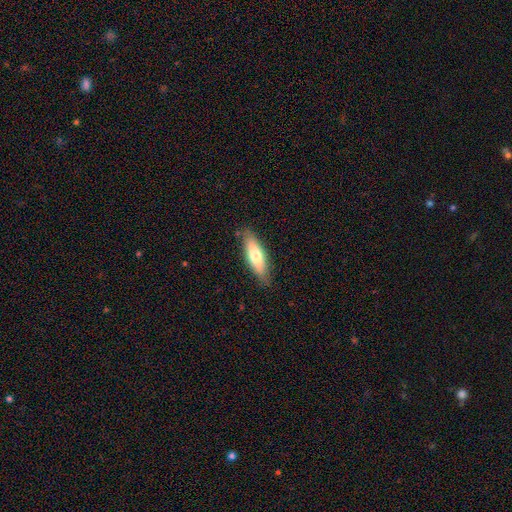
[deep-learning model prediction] This appears to be a smooth galaxy with no disk features (67%) that is in between round and cigar-shaped (56%). Merging: none (82%).